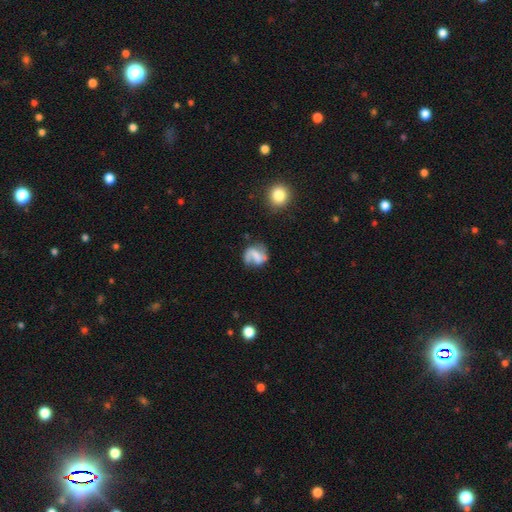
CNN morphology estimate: The model was most divided on "bar": weak: 38%, strong: 35%, no: 27%. Remaining: edge-on disk — no (98%); spiral arms — yes (86%); spiral arm count — 2 (73%); smooth or featured — featured or disk (67%); merging — none (58%); spiral winding — loose (49%); bulge size — none (49%).